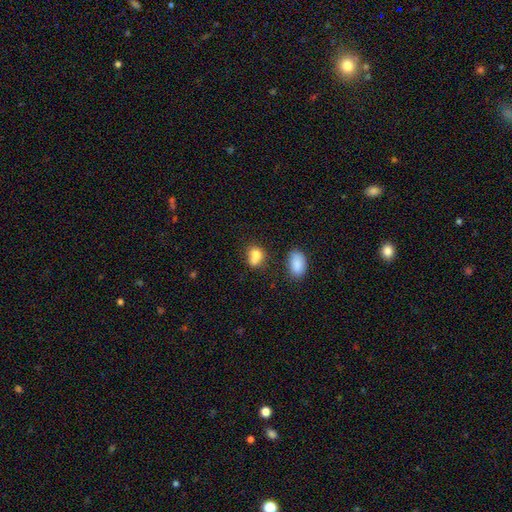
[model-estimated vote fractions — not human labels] smooth_or_featured: smooth (p=0.76) [alt: featured or disk p=0.13]
how_rounded: in between (p=0.56) [alt: round p=0.42]
merging: merger (p=0.45) [alt: none p=0.33]